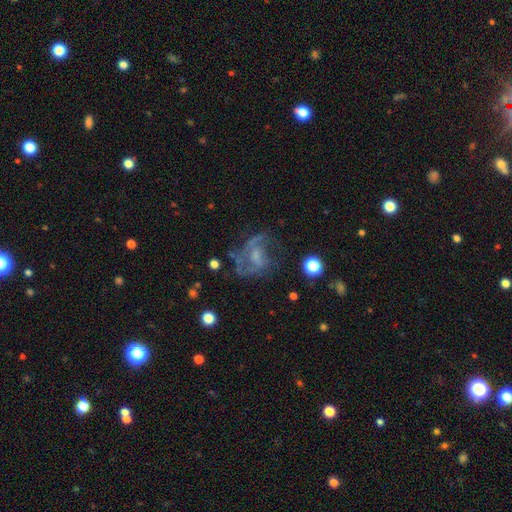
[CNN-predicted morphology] Overall: featured or disk (64%). Edge-on disk: no (97%). Bar: no (59%; weak 33%). Spiral arms: yes (63%; no 37%). Bulge size: small (38%; none 30%). Merging: none (42%; major disturbance 34%).